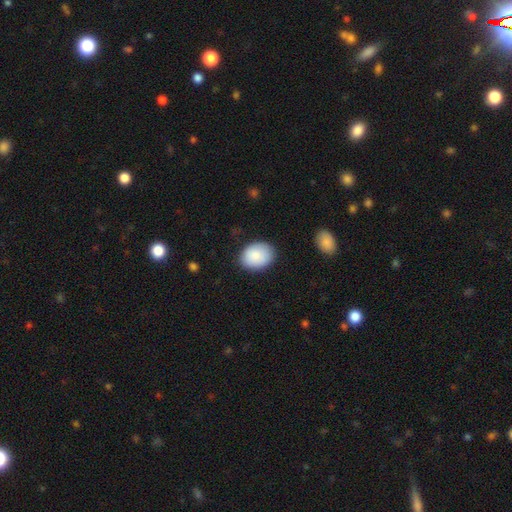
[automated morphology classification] smooth 87%, star or artifact 7%, featured or disk 6%. Down the decision tree: how rounded — in between (64%); merging — none (83%).